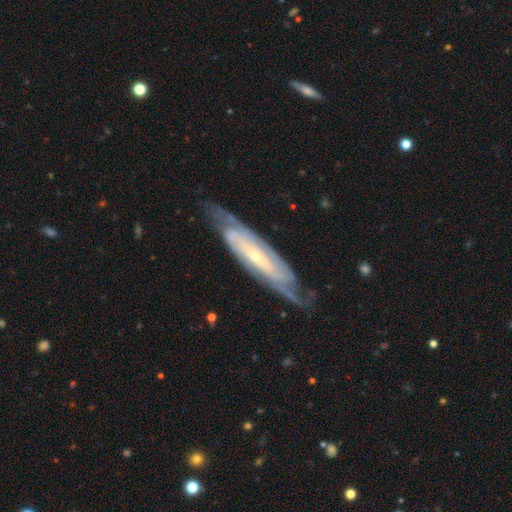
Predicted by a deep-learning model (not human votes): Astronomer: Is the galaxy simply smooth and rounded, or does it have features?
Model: featured or disk — 86%.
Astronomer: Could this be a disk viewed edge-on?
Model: no — 75%.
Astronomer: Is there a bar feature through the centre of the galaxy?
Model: no — 37% (runner-up: weak, 33%).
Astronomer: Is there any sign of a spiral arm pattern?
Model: yes — 95%.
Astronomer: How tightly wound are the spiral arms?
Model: tight — 63%.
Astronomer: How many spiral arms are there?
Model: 2 — 41% (runner-up: can't tell, 34%).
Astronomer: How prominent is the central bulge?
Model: small — 74%.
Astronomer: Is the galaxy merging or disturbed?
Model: none — 75%.